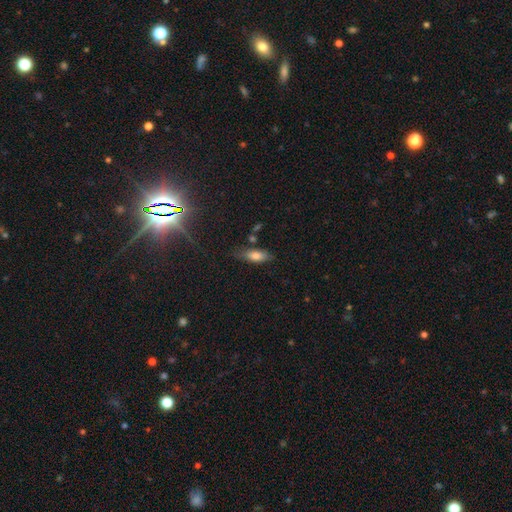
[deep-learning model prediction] Smooth or featured: smooth — 76% (featured or disk — 16%)
How rounded: in between — 71% (cigar-shaped — 26%)
Merging: none — 69% (minor disturbance — 21%)